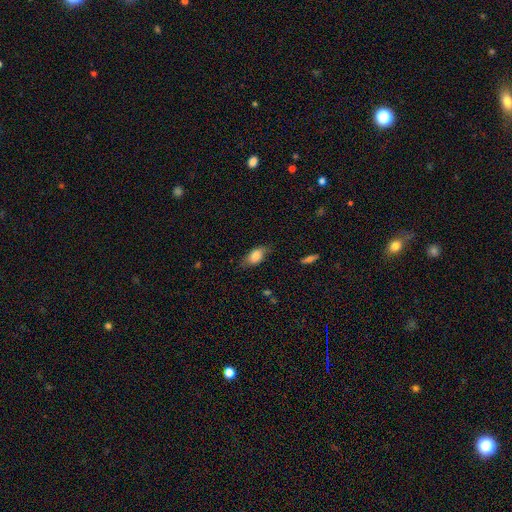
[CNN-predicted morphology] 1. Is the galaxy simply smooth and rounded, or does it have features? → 77% smooth, 15% featured or disk, 7% star or artifact.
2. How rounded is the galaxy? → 87% in between, 7% round, 7% cigar-shaped.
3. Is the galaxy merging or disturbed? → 70% none, 23% minor disturbance, 5% major disturbance, 1% merger.